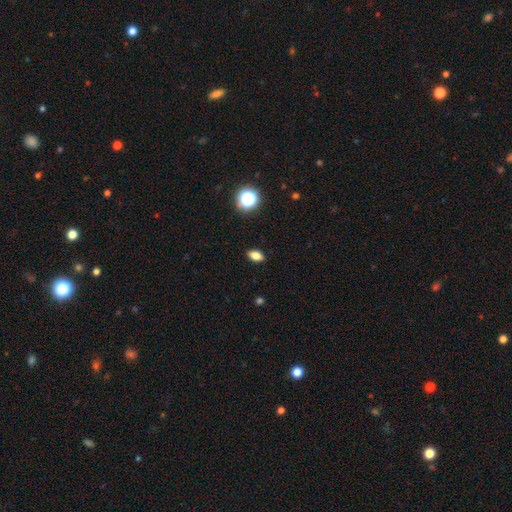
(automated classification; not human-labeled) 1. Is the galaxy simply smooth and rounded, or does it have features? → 79% smooth, 12% star or artifact, 9% featured or disk.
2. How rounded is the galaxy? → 86% in between, 9% round, 5% cigar-shaped.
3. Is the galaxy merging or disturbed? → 89% none, 8% minor disturbance, 2% major disturbance, 1% merger.